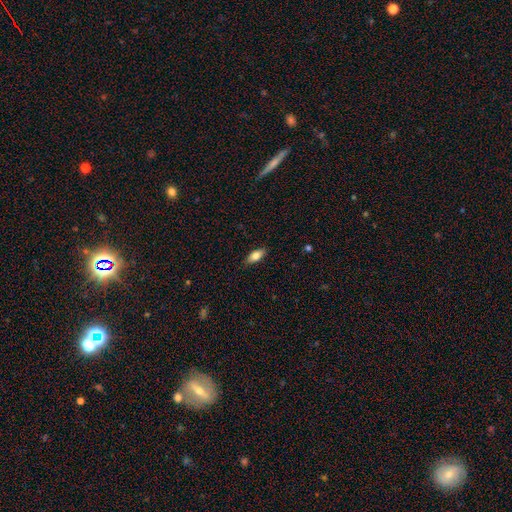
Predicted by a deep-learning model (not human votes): smooth-or-featured: smooth: 79% | featured or disk: 14% | star or artifact: 7%
  how-rounded: in between: 83% | cigar-shaped: 14% | round: 3%
  merging: none: 86% | minor disturbance: 11% | major disturbance: 2% | merger: 1%